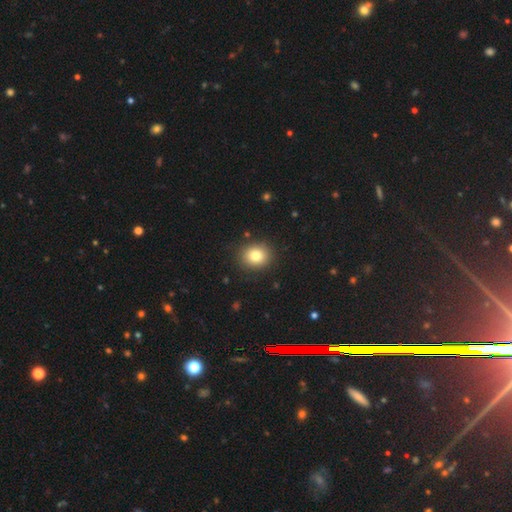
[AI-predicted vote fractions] Smooth or featured?
  - smooth: 80% *
  - star or artifact: 11%
  - featured or disk: 9%
How rounded?
  - round: 73% *
  - in between: 26%
  - cigar-shaped: 1%
Merging?
  - none: 89% *
  - minor disturbance: 8%
  - major disturbance: 2%
  - merger: 1%